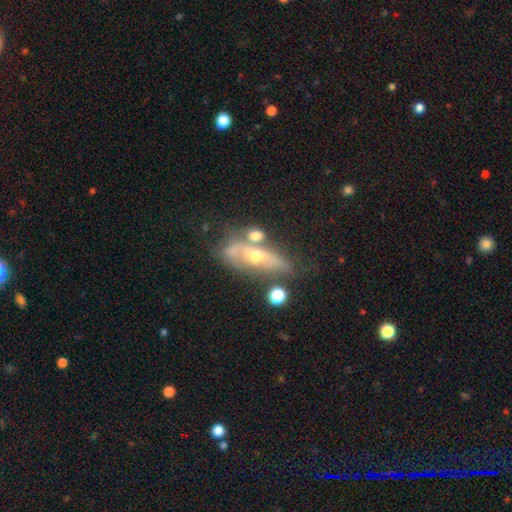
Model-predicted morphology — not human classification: Smooth or featured?
  - featured or disk: 57% *
  - smooth: 33%
  - star or artifact: 9%
Edge-on disk?
  - no: 61% *
  - yes: 39%
Merging?
  - none: 43% *
  - merger: 24%
  - minor disturbance: 20%
  - major disturbance: 13%